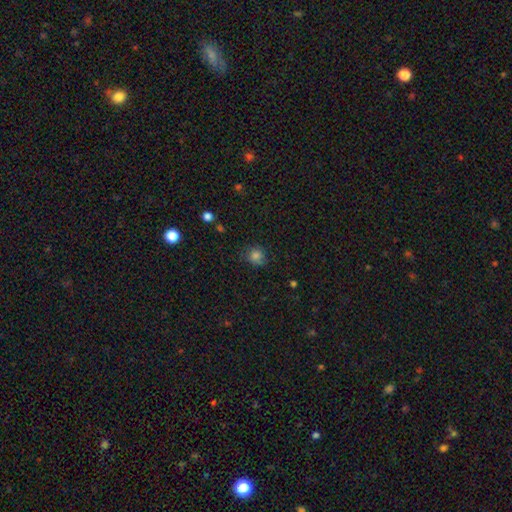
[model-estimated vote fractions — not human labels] Q: Smooth or featured?
A: smooth (80%); runner-up: star or artifact (13%)
Q: How rounded?
A: round (81%); runner-up: in between (18%)
Q: Merging?
A: none (72%); runner-up: minor disturbance (20%)